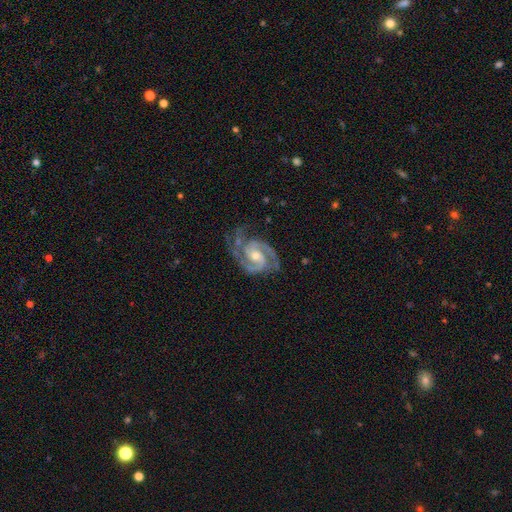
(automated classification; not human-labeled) smooth_or_featured: featured or disk (p=0.94) [alt: star or artifact p=0.04]
disk_edge_on: no (p=0.98) [alt: yes p=0.02]
bar: no (p=0.46) [alt: weak p=0.39]
has_spiral_arms: yes (p=0.99) [alt: no p=0.01]
spiral_winding: medium (p=0.50) [alt: tight p=0.44]
spiral_arm_count: 2 (p=0.78) [alt: 3 p=0.14]
bulge_size: moderate (p=0.57) [alt: small p=0.38]
merging: none (p=0.72) [alt: minor disturbance p=0.19]